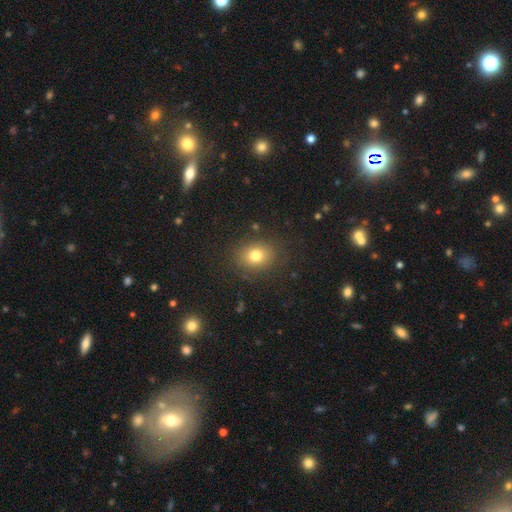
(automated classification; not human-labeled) Smooth or featured? smooth (77%)
How rounded? round (58%)
Merging? none (83%)